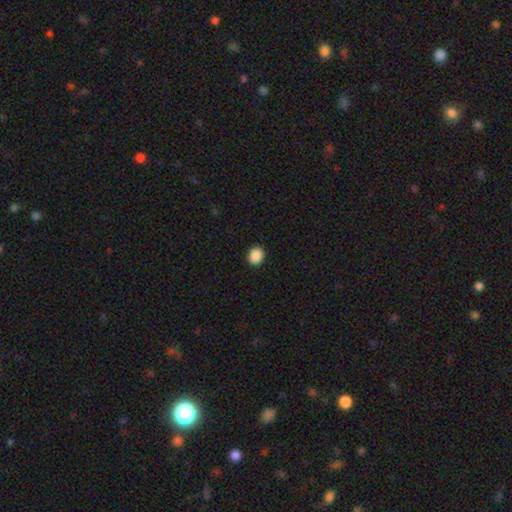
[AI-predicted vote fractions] Overall: smooth (89%). How rounded: round (65%; in between 34%). Merging: none (91%).